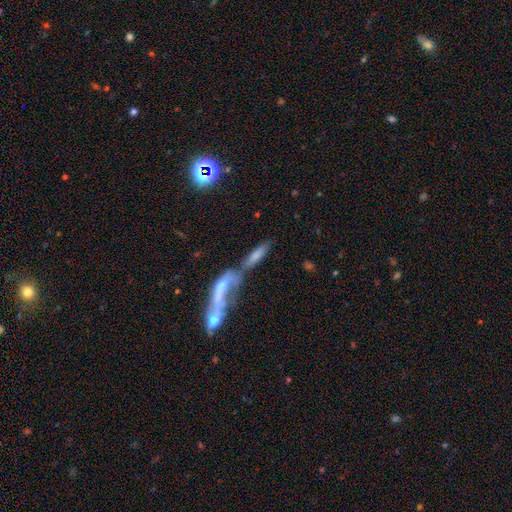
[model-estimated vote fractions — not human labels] Overall: smooth (66%). How rounded: cigar-shaped (63%; in between 34%). Merging: merger (61%; none 23%).